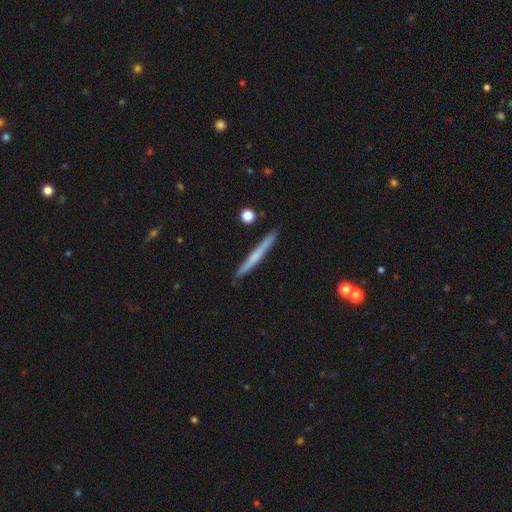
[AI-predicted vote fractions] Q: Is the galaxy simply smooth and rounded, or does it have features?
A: smooth — 48%.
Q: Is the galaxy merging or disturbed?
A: none — 90%.